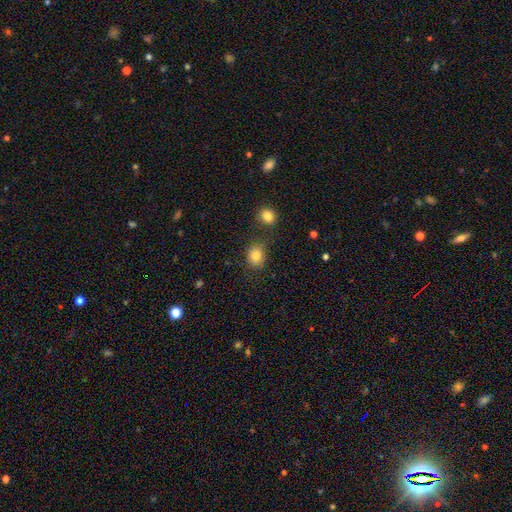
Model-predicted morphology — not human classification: smooth_or_featured: smooth (p=0.83) [alt: star or artifact p=0.11]
how_rounded: round (p=0.60) [alt: in between p=0.39]
merging: none (p=0.71) [alt: minor disturbance p=0.15]